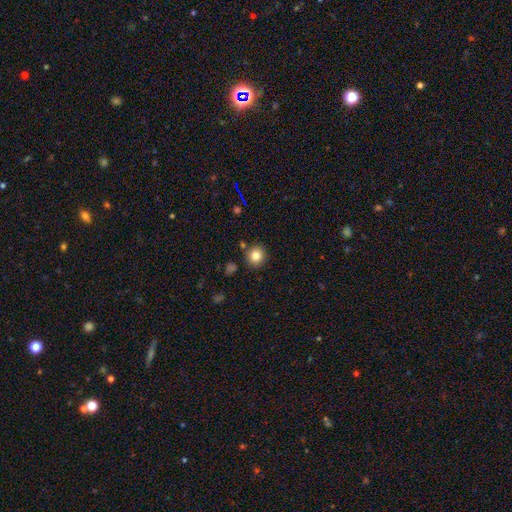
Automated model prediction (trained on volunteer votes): smooth-or-featured: smooth: 81% | star or artifact: 12% | featured or disk: 7%
  how-rounded: round: 89% | in between: 10% | cigar-shaped: 1%
  merging: none: 85% | minor disturbance: 8% | merger: 5% | major disturbance: 2%